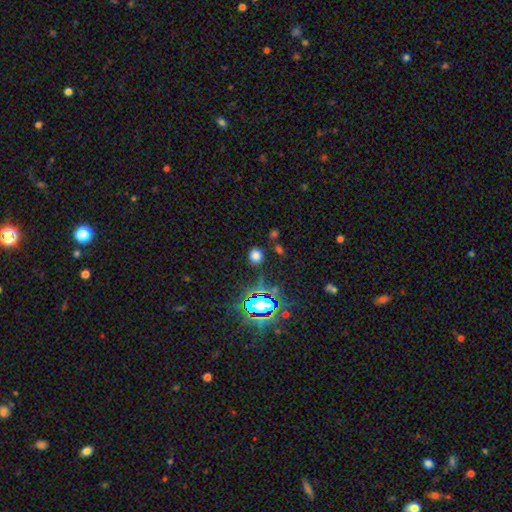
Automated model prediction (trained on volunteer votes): Smooth or featured?
  - smooth: 70% *
  - star or artifact: 24%
  - featured or disk: 6%
How rounded?
  - round: 81% *
  - in between: 18%
  - cigar-shaped: 1%
Merging?
  - none: 84% *
  - minor disturbance: 9%
  - major disturbance: 4%
  - merger: 3%